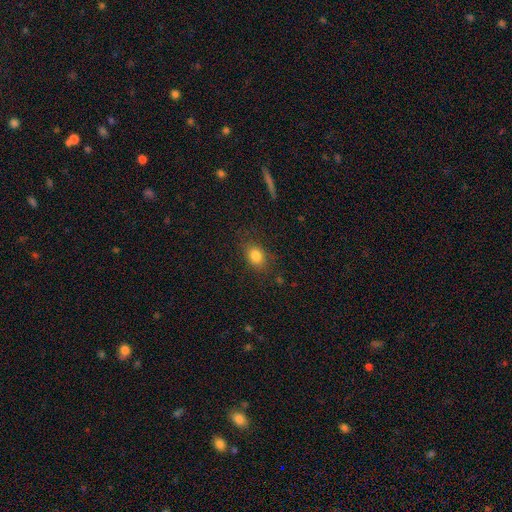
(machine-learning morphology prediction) This is clearly a smooth galaxy (83%). How rounded: likely in between (63%). Merging: clearly none (80%).